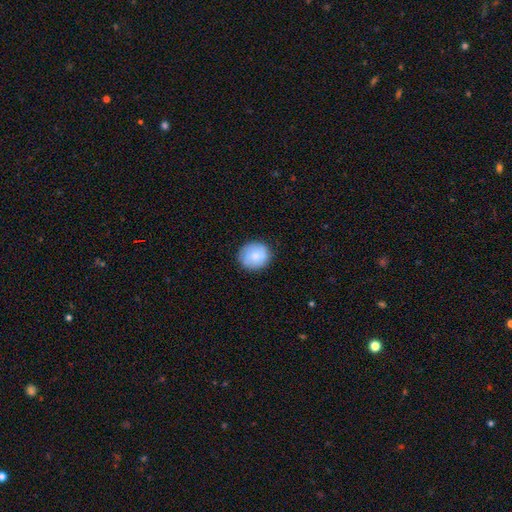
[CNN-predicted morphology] Smooth or featured? Predicted: smooth (p=0.81). How rounded? Predicted: round (p=0.83). Merging? Predicted: none (p=0.85).